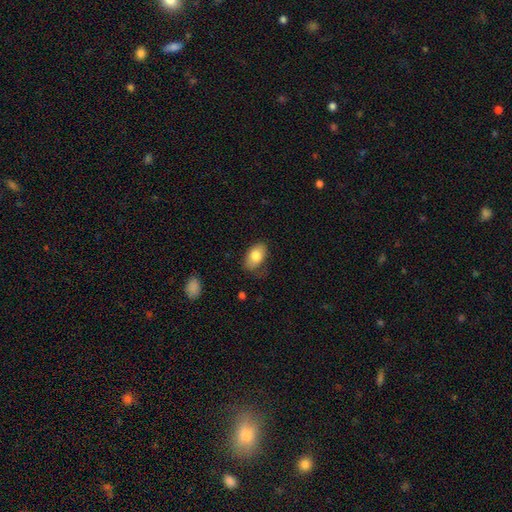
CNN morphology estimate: smooth 81%, featured or disk 12%, star or artifact 7%. Down the decision tree: how rounded — in between (90%); merging — none (72%).